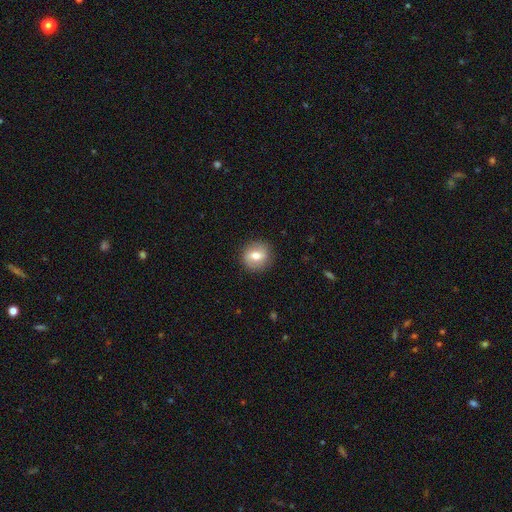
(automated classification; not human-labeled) smooth-or-featured: smooth: 66% | featured or disk: 25% | star or artifact: 9%
  how-rounded: round: 85% | in between: 14% | cigar-shaped: 1%
  merging: none: 88% | minor disturbance: 8% | major disturbance: 3% | merger: 1%